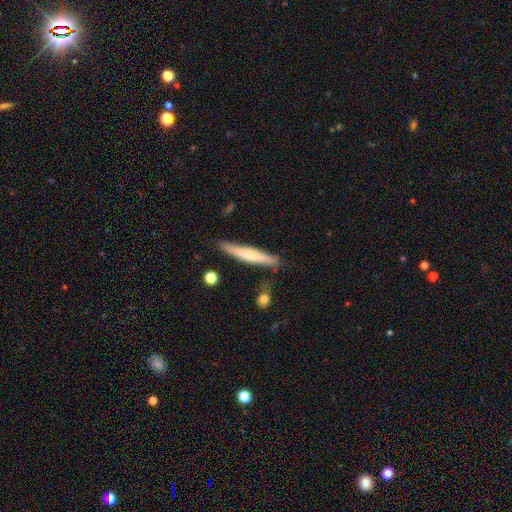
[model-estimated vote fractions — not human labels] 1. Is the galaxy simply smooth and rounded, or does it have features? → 49% smooth, 45% featured or disk, 6% star or artifact.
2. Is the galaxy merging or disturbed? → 83% none, 12% minor disturbance, 3% merger, 2% major disturbance.